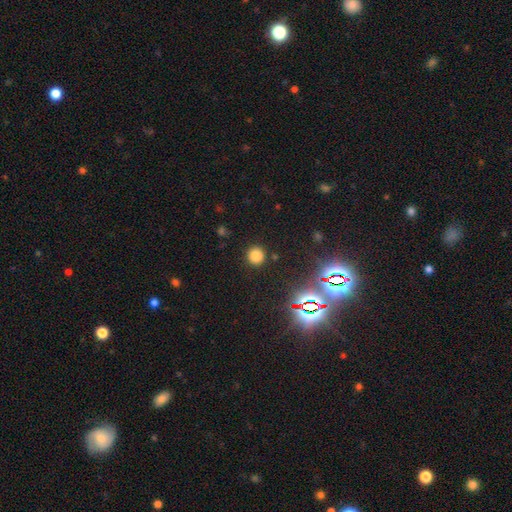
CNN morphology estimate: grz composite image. It shows a smooth galaxy with no disk features (75%) that is round (92%). Merging: none (89%).